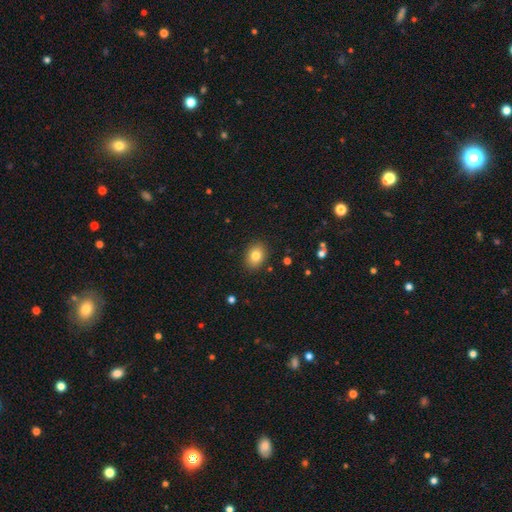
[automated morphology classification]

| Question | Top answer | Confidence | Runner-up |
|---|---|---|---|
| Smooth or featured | smooth | 80% | star or artifact (10%) |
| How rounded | in between | 60% | round (39%) |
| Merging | none | 89% | minor disturbance (8%) |